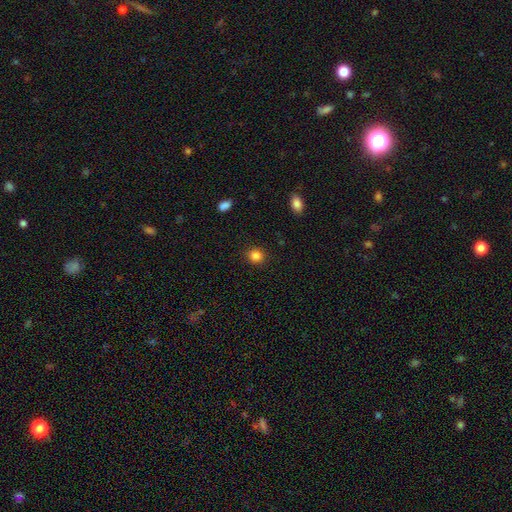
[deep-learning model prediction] Morphology: type=smooth (85%); roundness=round (85%); merging=none (91%).